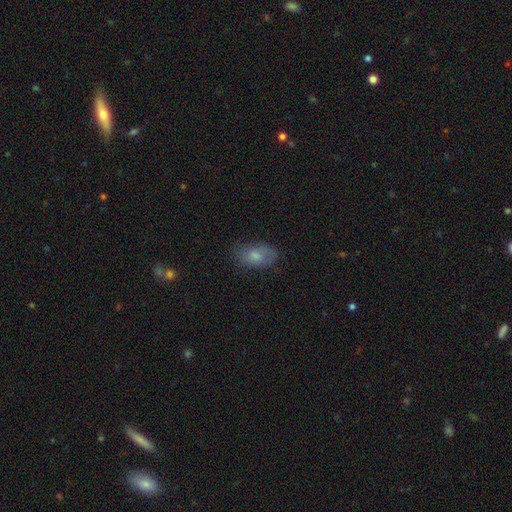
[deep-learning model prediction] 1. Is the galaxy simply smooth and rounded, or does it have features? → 73% smooth, 19% featured or disk, 9% star or artifact.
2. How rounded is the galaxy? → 91% in between, 6% round, 3% cigar-shaped.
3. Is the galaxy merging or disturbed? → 66% none, 24% minor disturbance, 8% major disturbance, 2% merger.